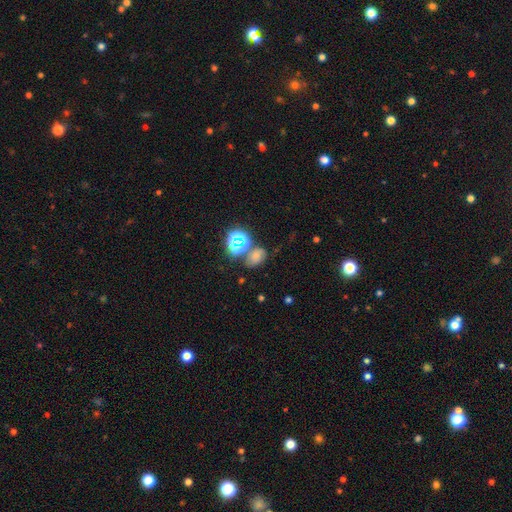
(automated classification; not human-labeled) Q: Smooth or featured?
A: smooth (55%); runner-up: star or artifact (31%)
Q: How rounded?
A: in between (65%); runner-up: round (34%)
Q: Merging?
A: none (58%); runner-up: minor disturbance (18%)